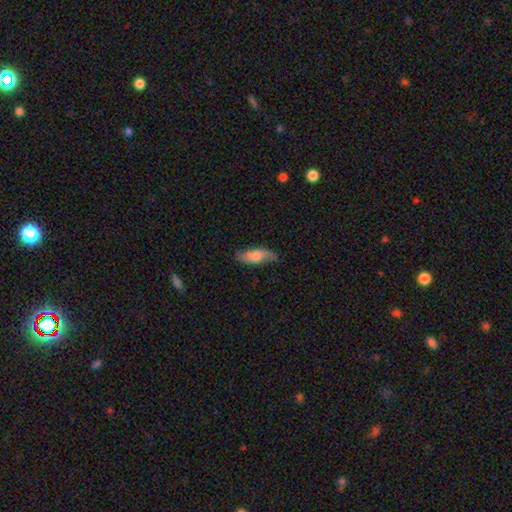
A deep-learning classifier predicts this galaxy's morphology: Smooth or featured? Predicted: smooth (p=0.60). How rounded? Predicted: in between (p=0.69). Merging? Predicted: none (p=0.71).